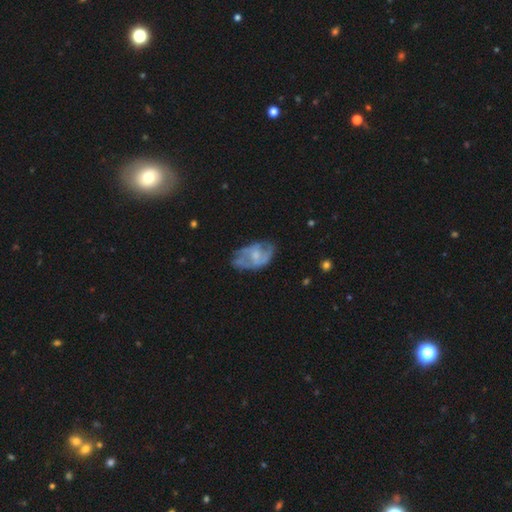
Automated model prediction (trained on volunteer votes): featured or disk 65%, smooth 28%, star or artifact 7%. Down the decision tree: edge-on disk — no (96%); bar — no (67%); spiral arms — yes (60%); bulge size — moderate (40%); merging — none (50%).